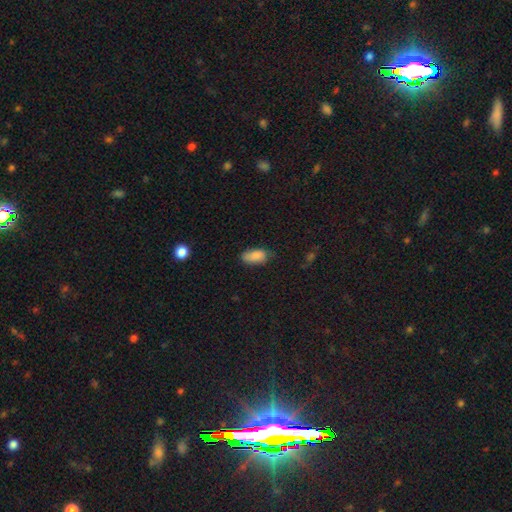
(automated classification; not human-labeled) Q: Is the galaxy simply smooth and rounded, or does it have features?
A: smooth — 86%.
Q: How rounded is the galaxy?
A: in between — 91%.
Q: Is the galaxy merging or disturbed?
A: none — 70%.